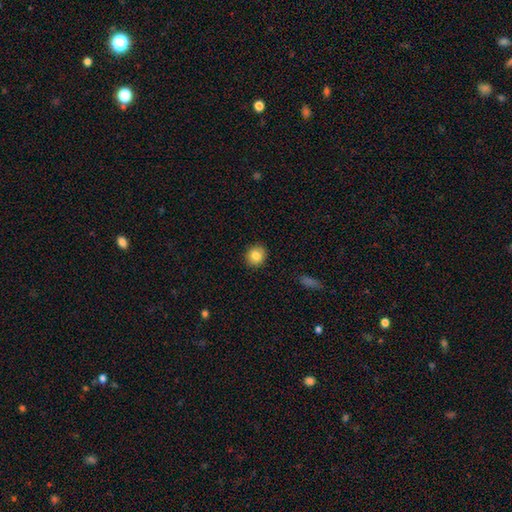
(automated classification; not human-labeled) This appears to be a smooth galaxy with no disk features (84%) that is round (85%). Merging: none (91%).